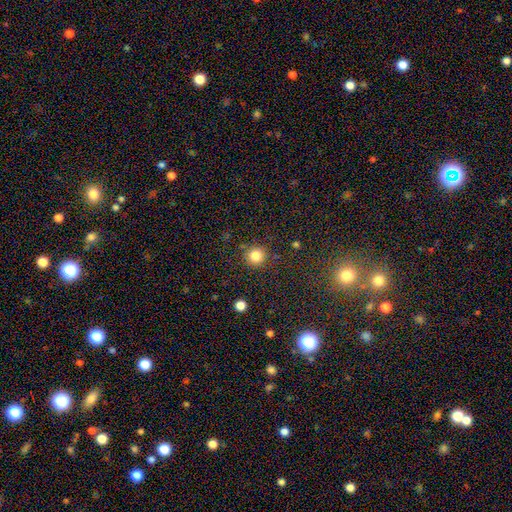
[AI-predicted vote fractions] Overall: smooth (83%). How rounded: round (94%). Merging: none (88%).